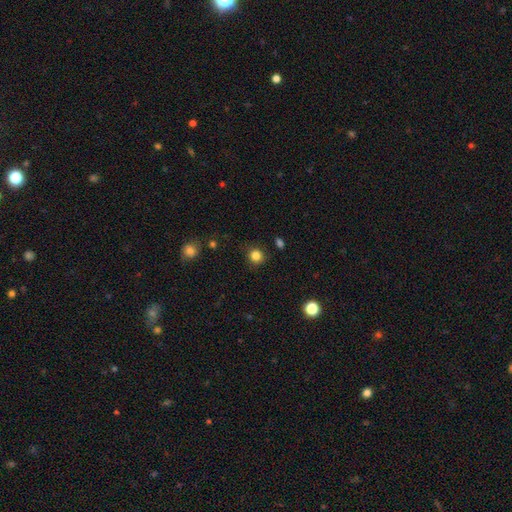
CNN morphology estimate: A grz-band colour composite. It shows a smooth galaxy with no disk features (83%) that is round (89%). Merging: none (88%).